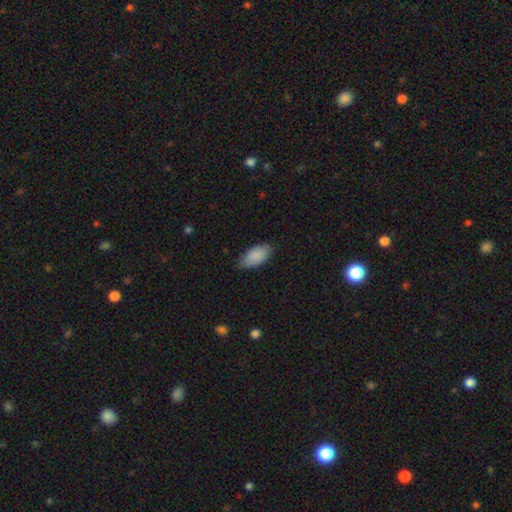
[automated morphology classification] Overall: smooth (88%). How rounded: in between (94%). Merging: none (77%).